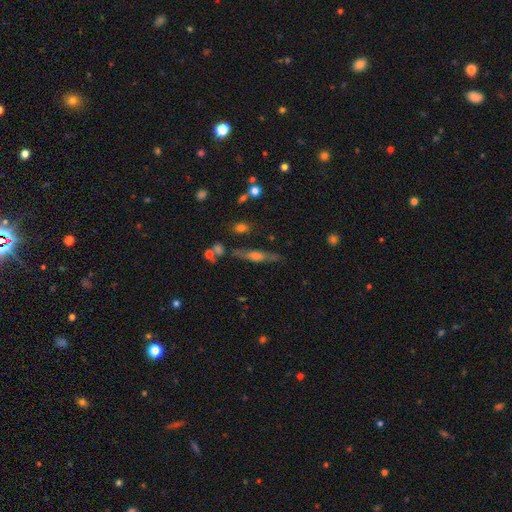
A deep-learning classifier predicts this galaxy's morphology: The model was most divided on "smooth or featured": featured or disk: 59%, smooth: 27%, star or artifact: 14%. More confident: edge-on disk — yes (85%); edge-on bulge — rounded (78%); merging — none (75%).